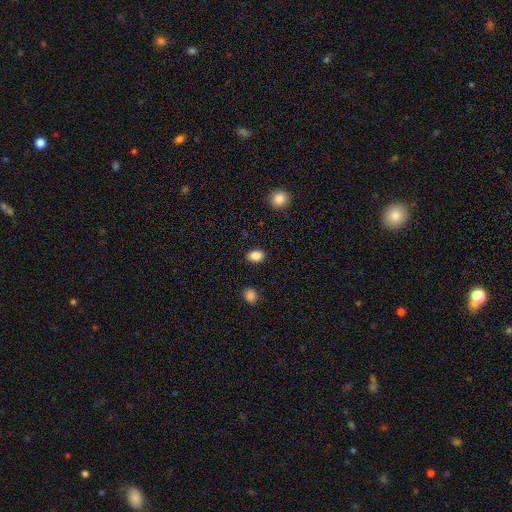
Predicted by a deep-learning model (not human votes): Smooth or featured? smooth (87%)
How rounded? in between (78%)
Merging? none (89%)